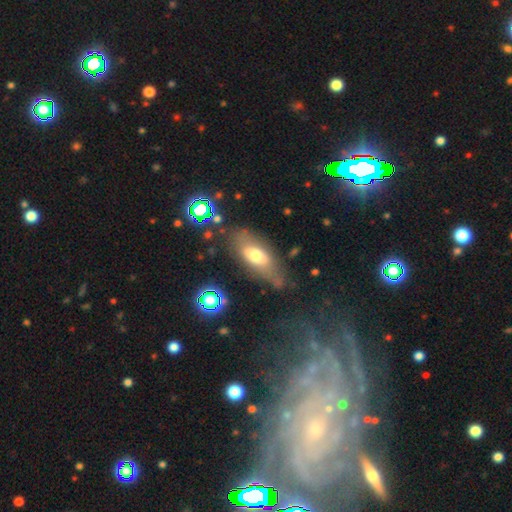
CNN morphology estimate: A smooth galaxy with no disk features (58%) that is in between round and cigar-shaped (77%). Merging: none (57%).